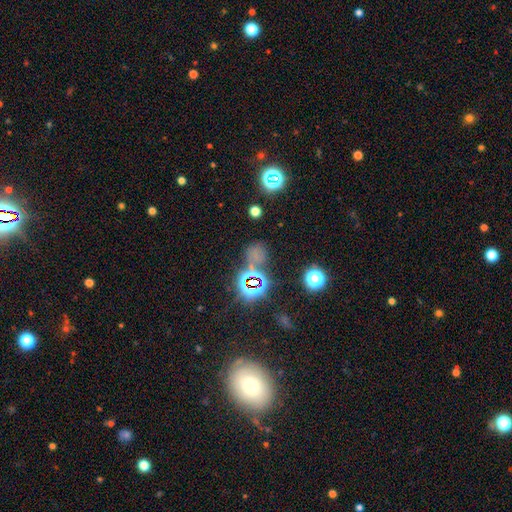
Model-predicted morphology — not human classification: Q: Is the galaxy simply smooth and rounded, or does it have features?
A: star or artifact — 57%.